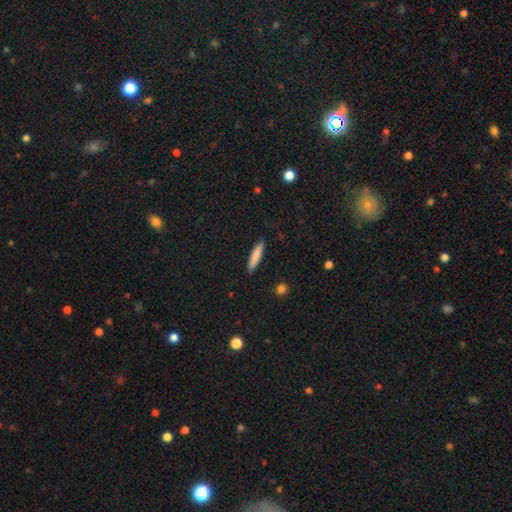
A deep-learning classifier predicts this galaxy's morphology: Overall: smooth (80%). How rounded: cigar-shaped (87%). Merging: none (89%).